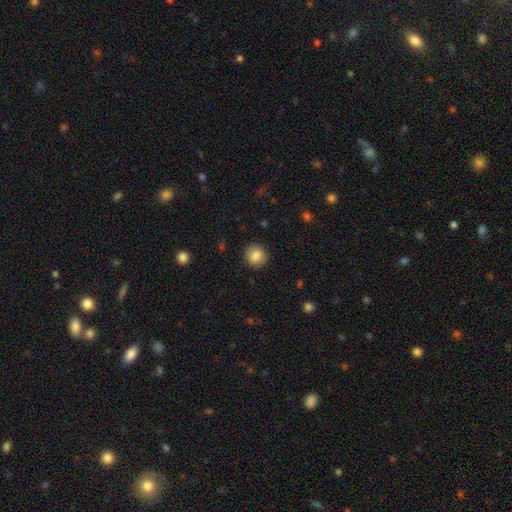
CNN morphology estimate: Smooth or featured? Predicted: smooth (p=0.85). How rounded? Predicted: round (p=0.91). Merging? Predicted: none (p=0.90).